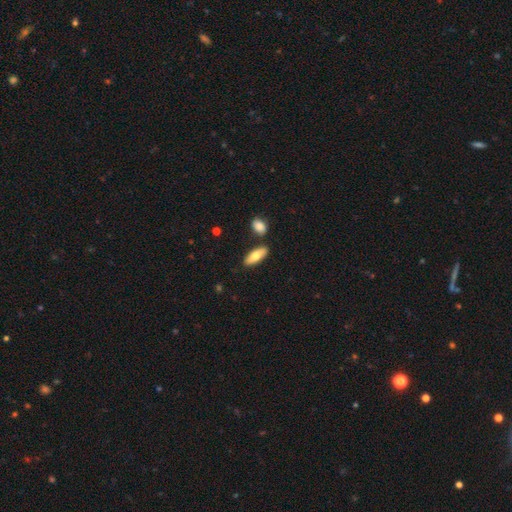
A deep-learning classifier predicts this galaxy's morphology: type=smooth (72%); roundness=in between (74%); merging=none (81%).